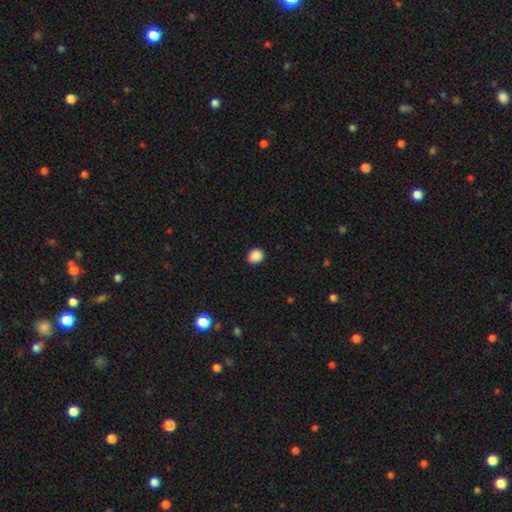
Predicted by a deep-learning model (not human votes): Smooth or featured? smooth (89%)
How rounded? round (62%)
Merging? none (88%)